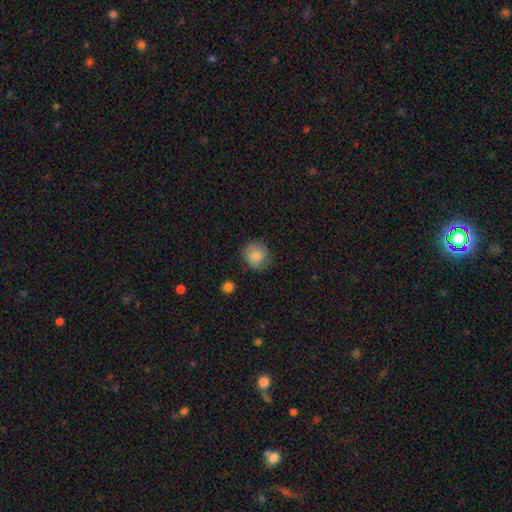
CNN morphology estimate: A smooth galaxy with no disk features (81%) that is round (87%).

Vote fractions:
- Smooth or featured? smooth: 81% / featured or disk: 11% / star or artifact: 8%
- How rounded? round: 87% / in between: 12% / cigar-shaped: 1%
- Merging? none: 77% / minor disturbance: 17% / major disturbance: 5% / merger: 2%